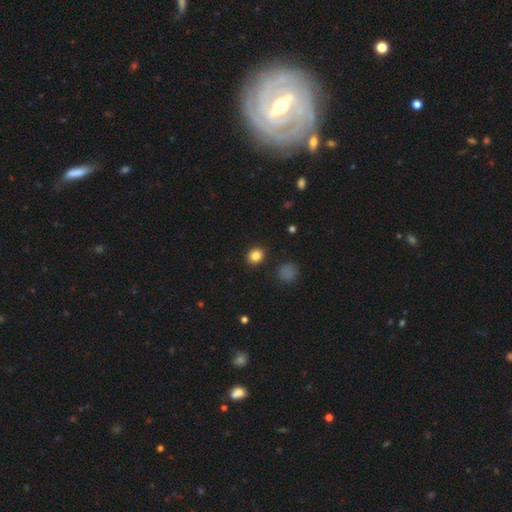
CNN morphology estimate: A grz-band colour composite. It shows a smooth galaxy with no disk features (85%) that is round (71%). Merging: none (90%).